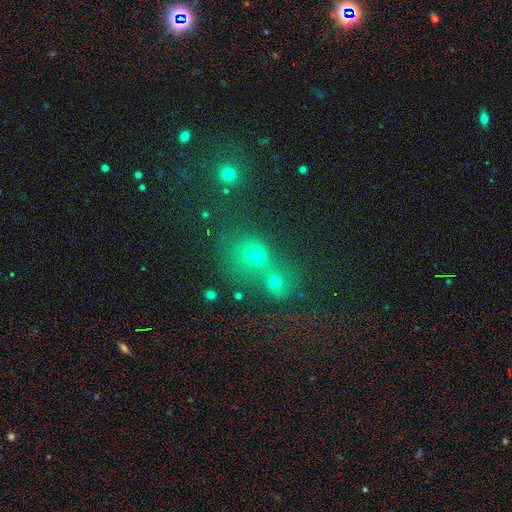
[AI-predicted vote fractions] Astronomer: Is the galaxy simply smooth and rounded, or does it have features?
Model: smooth — 62%.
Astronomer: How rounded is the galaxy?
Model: round — 76%.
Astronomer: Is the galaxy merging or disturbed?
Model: merger — 63%.